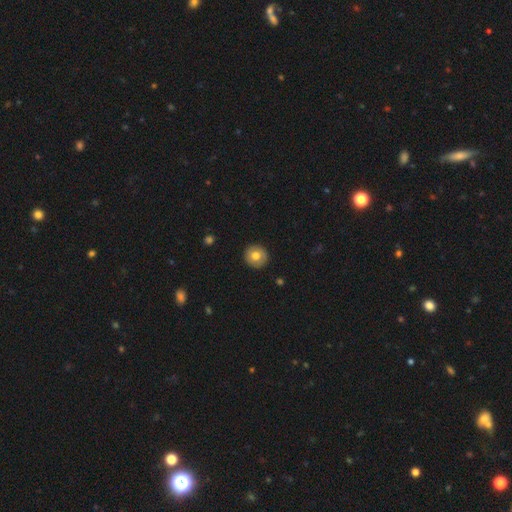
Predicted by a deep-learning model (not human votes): A smooth galaxy with no disk features (73%) that is round (93%).

Vote fractions:
- Smooth or featured? smooth: 73% / featured or disk: 19% / star or artifact: 8%
- How rounded? round: 93% / in between: 6% / cigar-shaped: 1%
- Merging? none: 91% / minor disturbance: 7% / major disturbance: 2% / merger: 1%